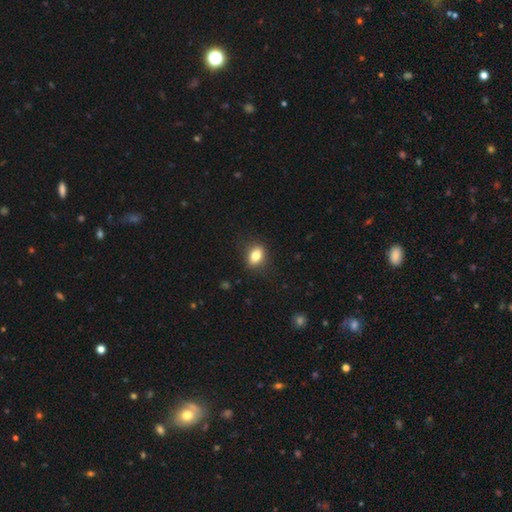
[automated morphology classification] A smooth galaxy with no disk features (81%) that is in between round and cigar-shaped (74%). Merging: none (85%).